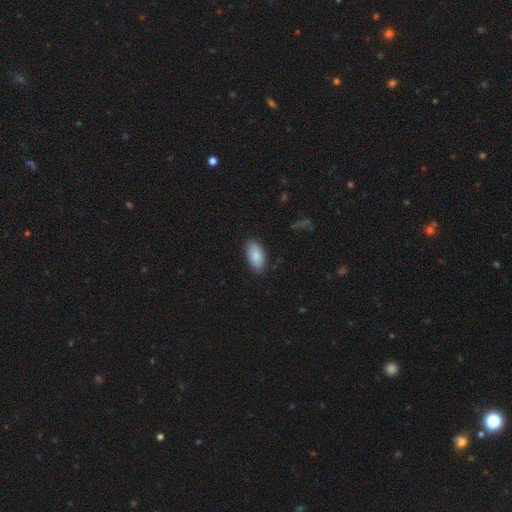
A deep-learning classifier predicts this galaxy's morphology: This appears to be a smooth galaxy with no disk features (87%) that is in between round and cigar-shaped (94%). Merging: none (86%).